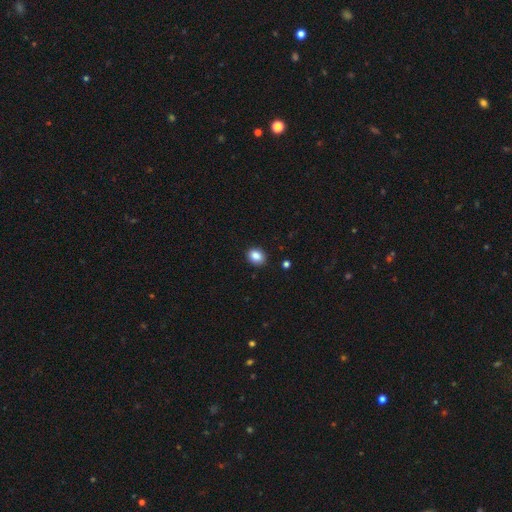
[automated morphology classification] Smooth or featured?
  - smooth: 87% *
  - star or artifact: 9%
  - featured or disk: 4%
How rounded?
  - in between: 52% *
  - round: 47%
  - cigar-shaped: 1%
Merging?
  - none: 89% *
  - minor disturbance: 8%
  - major disturbance: 2%
  - merger: 1%